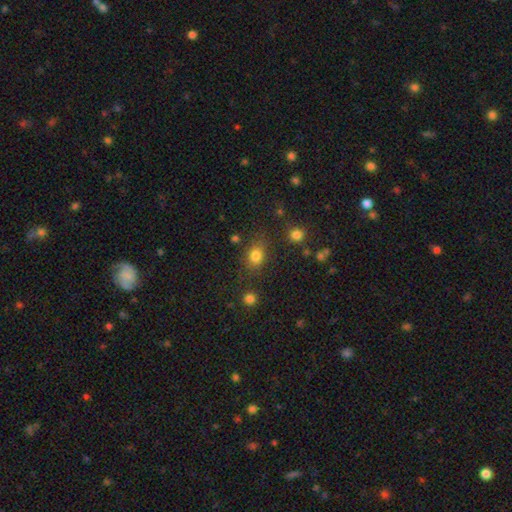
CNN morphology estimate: This is clearly a smooth galaxy (81%). How rounded: likely in between (61%). Merging: likely none (76%).